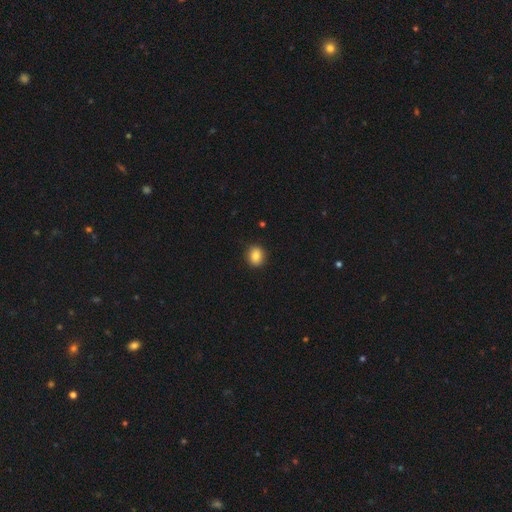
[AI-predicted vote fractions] The model was most divided on "how rounded": round: 71%, in between: 28%, cigar-shaped: 1%. More confident: merging — none (88%); smooth or featured — smooth (84%).